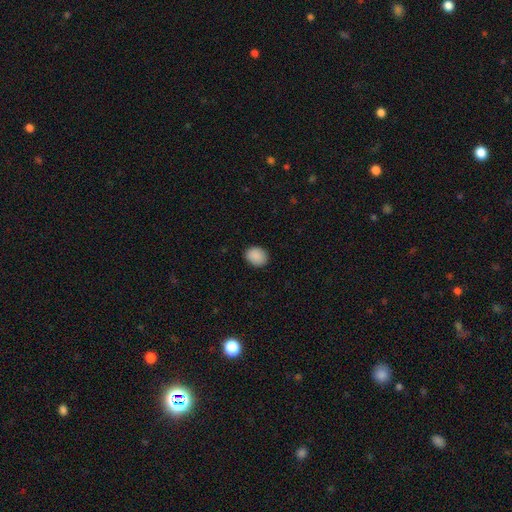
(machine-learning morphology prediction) This appears to be a smooth galaxy with no disk features (90%) that is in between round and cigar-shaped (51%). Merging: none (88%).